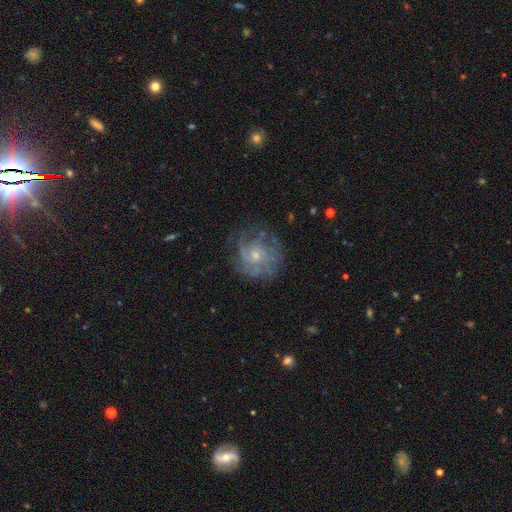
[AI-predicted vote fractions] featured or disk 71%, smooth 20%, star or artifact 9%. Down the decision tree: edge-on disk — no (98%); bar — no (79%); spiral arms — yes (83%); spiral arm count — can't tell (47%); spiral winding — tight (52%); bulge size — small (62%); merging — none (69%).